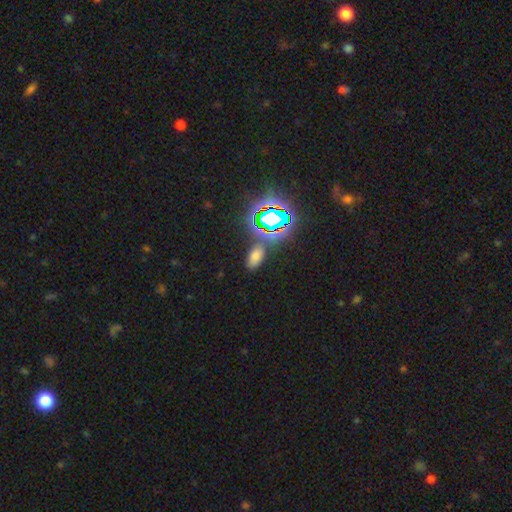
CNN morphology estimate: Smooth or featured? smooth (58%)
How rounded? in between (90%)
Merging? none (78%)